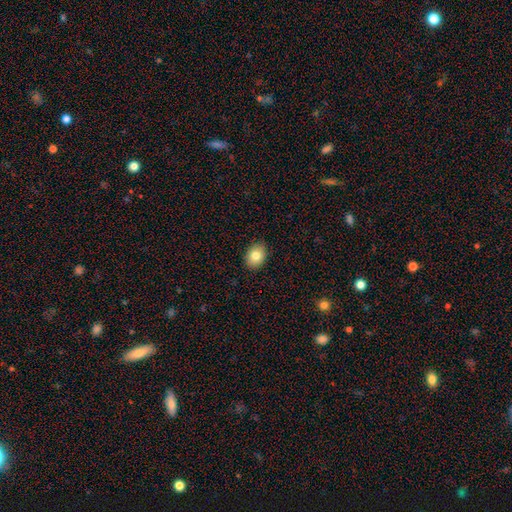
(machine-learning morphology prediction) smooth_or_featured: smooth (p=0.81) [alt: featured or disk p=0.10]
how_rounded: in between (p=0.67) [alt: round p=0.32]
merging: none (p=0.90) [alt: minor disturbance p=0.07]